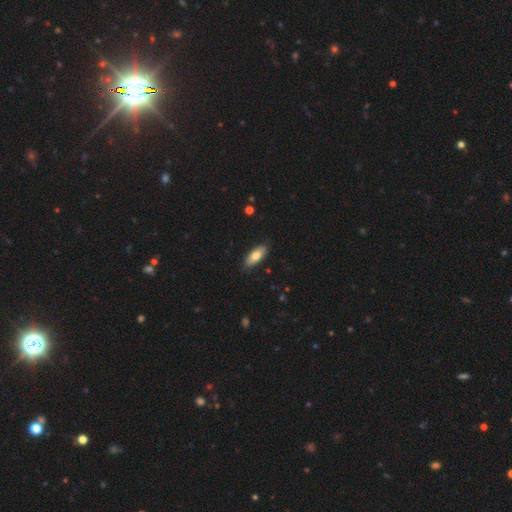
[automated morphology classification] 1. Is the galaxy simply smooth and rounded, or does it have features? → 77% smooth, 18% featured or disk, 6% star or artifact.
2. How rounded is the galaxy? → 82% in between, 15% cigar-shaped, 2% round.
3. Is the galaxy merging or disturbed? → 85% none, 12% minor disturbance, 2% major disturbance, 1% merger.